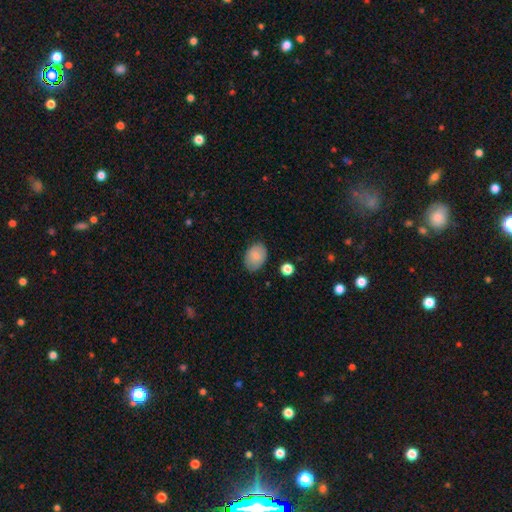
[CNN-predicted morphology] This is clearly a smooth galaxy (85%). How rounded: likely in between (78%). Merging: clearly none (83%).